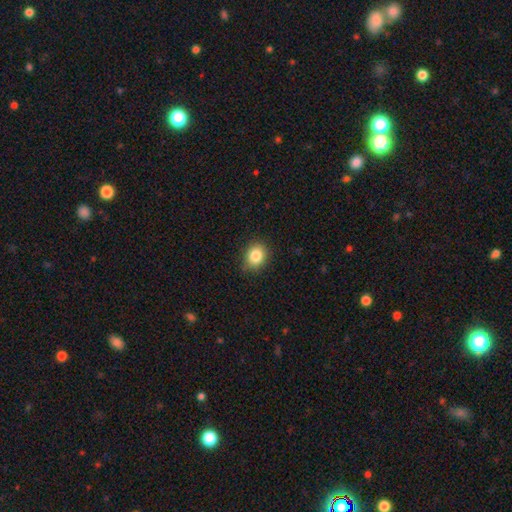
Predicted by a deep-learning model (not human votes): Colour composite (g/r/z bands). It shows a smooth galaxy with no disk features (84%) that is round (65%). Merging: none (82%).